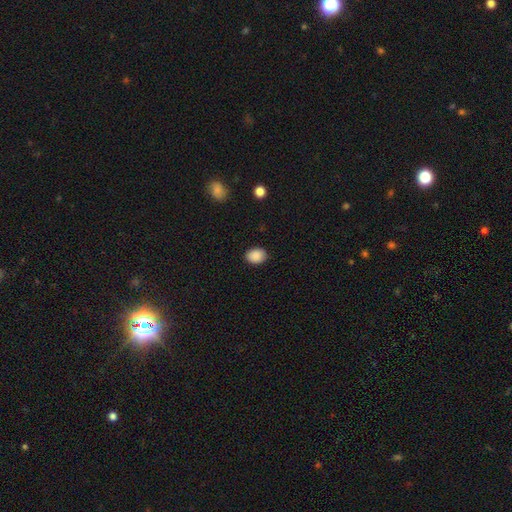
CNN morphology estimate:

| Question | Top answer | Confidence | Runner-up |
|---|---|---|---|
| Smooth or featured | smooth | 89% | star or artifact (8%) |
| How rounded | in between | 58% | round (41%) |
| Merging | none | 86% | minor disturbance (10%) |